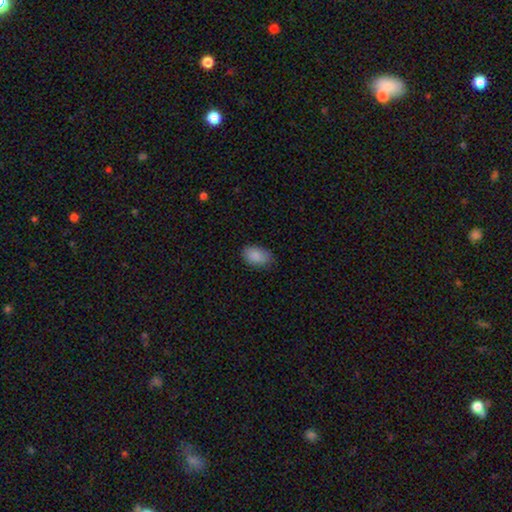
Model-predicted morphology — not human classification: This appears to be a smooth galaxy with no disk features (89%) that is in between round and cigar-shaped (90%). Merging: none (80%).